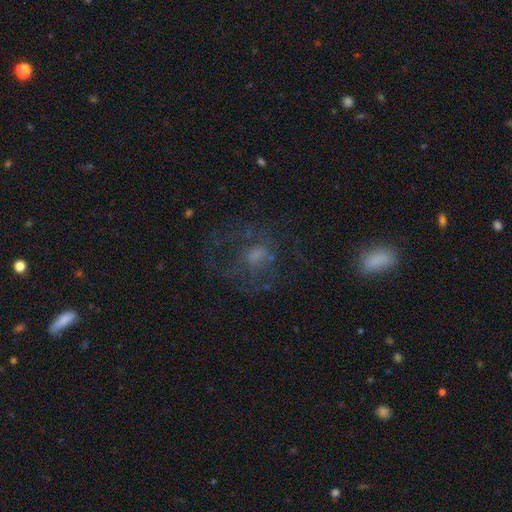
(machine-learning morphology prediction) Q: Smooth or featured?
A: featured or disk (49%); runner-up: smooth (31%)
Q: Merging?
A: none (52%); runner-up: major disturbance (29%)